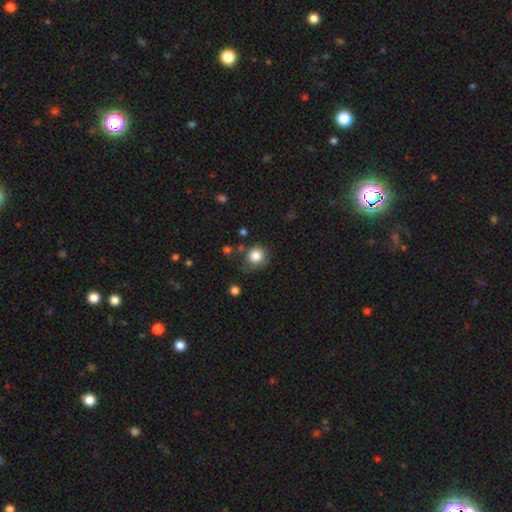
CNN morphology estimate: Overall: smooth (84%). How rounded: round (88%). Merging: none (72%).